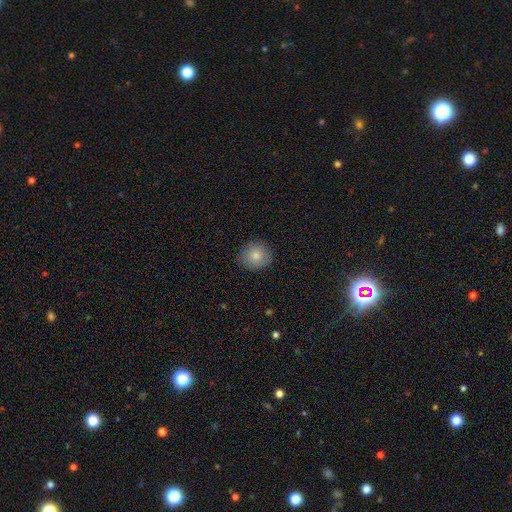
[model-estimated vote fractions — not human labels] Overall: smooth (83%). How rounded: round (84%). Merging: none (86%).